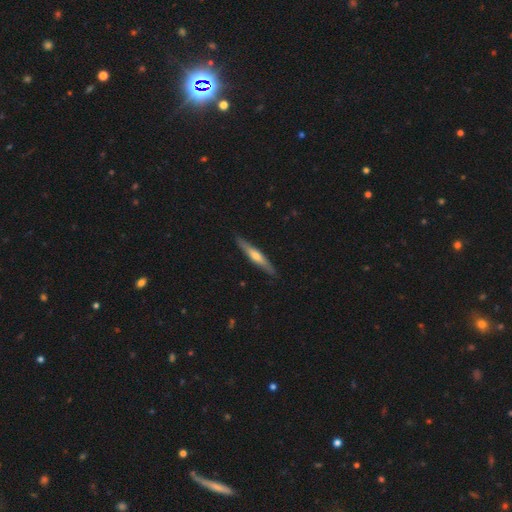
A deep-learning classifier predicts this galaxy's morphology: type=featured or disk (55%); edge-on=yes (94%); edge-on bulge=rounded (77%); merging=none (89%).